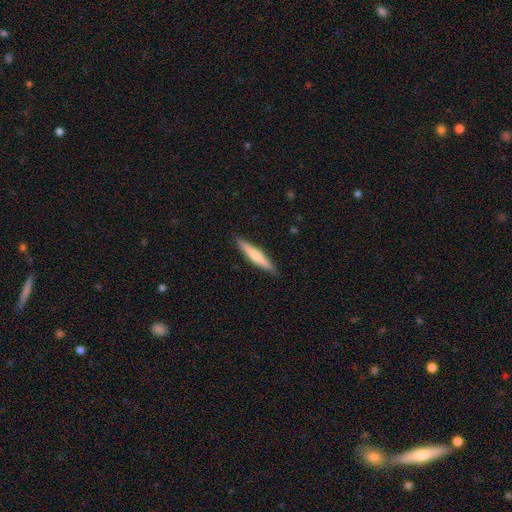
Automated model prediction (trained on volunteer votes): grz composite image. It shows a smooth galaxy with no disk features (57%) that is cigar-shaped (91%). Merging: none (90%).